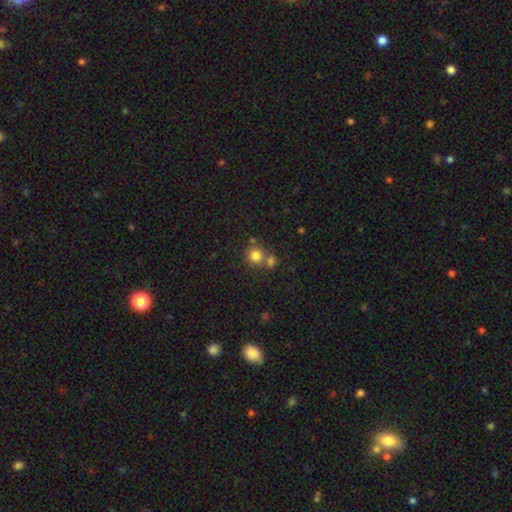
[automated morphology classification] Q: Smooth or featured?
A: smooth (80%); runner-up: star or artifact (12%)
Q: How rounded?
A: round (90%); runner-up: in between (10%)
Q: Merging?
A: none (57%); runner-up: merger (32%)